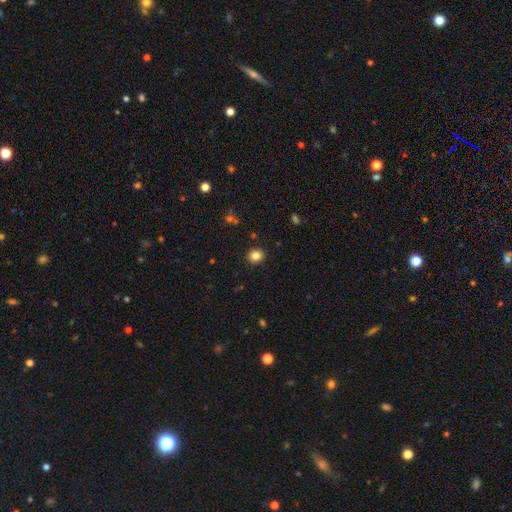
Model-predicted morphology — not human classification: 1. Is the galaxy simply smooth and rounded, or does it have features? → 83% smooth, 11% star or artifact, 6% featured or disk.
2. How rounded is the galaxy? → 76% round, 23% in between, 1% cigar-shaped.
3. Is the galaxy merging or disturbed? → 90% none, 6% minor disturbance, 2% major disturbance, 1% merger.